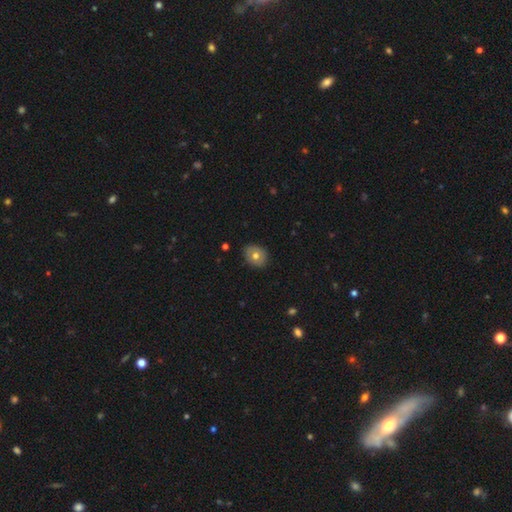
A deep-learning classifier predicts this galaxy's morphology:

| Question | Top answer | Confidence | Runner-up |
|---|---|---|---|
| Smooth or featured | smooth | 69% | featured or disk (22%) |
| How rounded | round | 55% | in between (44%) |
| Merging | none | 86% | minor disturbance (11%) |